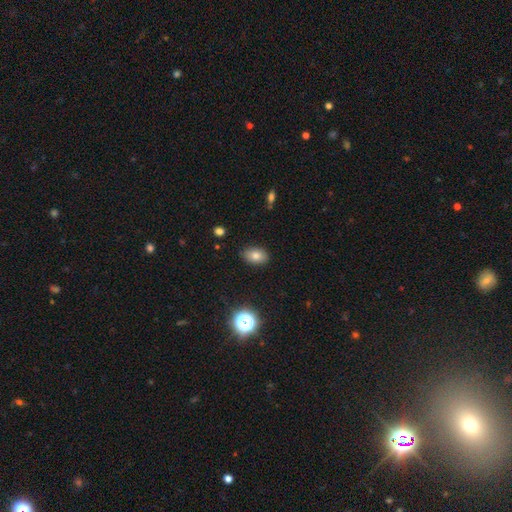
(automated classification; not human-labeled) Overall: smooth (78%). How rounded: in between (84%). Merging: none (86%).